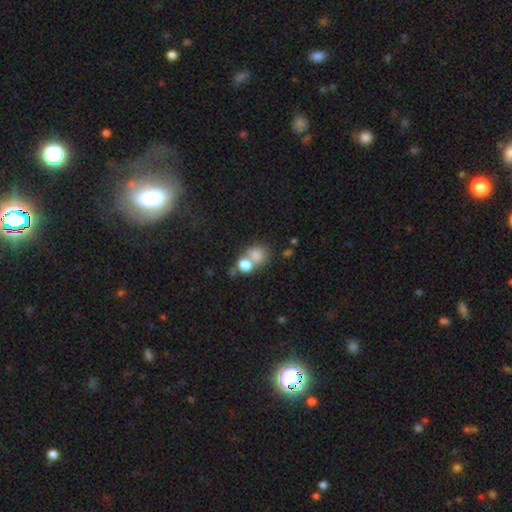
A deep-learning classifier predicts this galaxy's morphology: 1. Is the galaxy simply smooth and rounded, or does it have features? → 75% smooth, 14% star or artifact, 11% featured or disk.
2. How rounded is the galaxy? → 70% round, 29% in between, 1% cigar-shaped.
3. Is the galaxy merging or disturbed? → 45% merger, 39% none, 10% minor disturbance, 6% major disturbance.